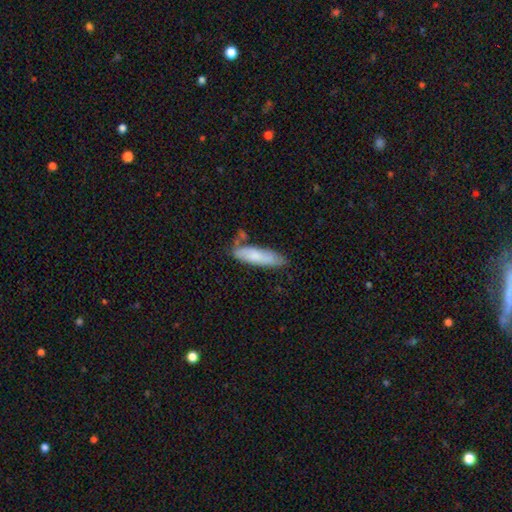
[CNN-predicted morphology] smooth_or_featured: smooth (p=0.75) [alt: featured or disk p=0.19]
how_rounded: cigar-shaped (p=0.64) [alt: in between p=0.35]
merging: none (p=0.62) [alt: minor disturbance p=0.23]